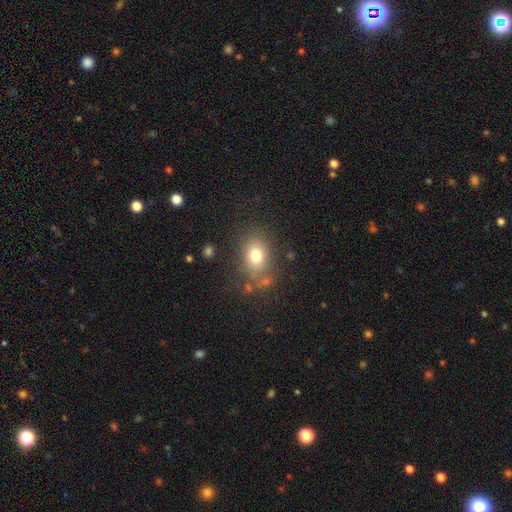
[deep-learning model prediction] This is likely a smooth galaxy (76%). How rounded: likely in between (64%). Merging: likely none (73%).